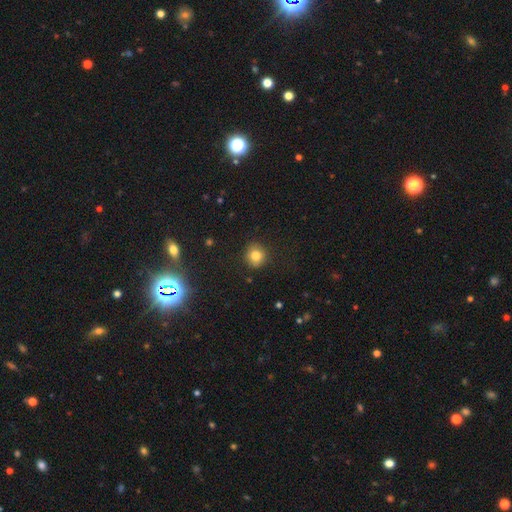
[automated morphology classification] Smooth or featured?
  - smooth: 81% *
  - star or artifact: 12%
  - featured or disk: 7%
How rounded?
  - round: 86% *
  - in between: 13%
  - cigar-shaped: 1%
Merging?
  - none: 87% *
  - minor disturbance: 9%
  - major disturbance: 2%
  - merger: 1%